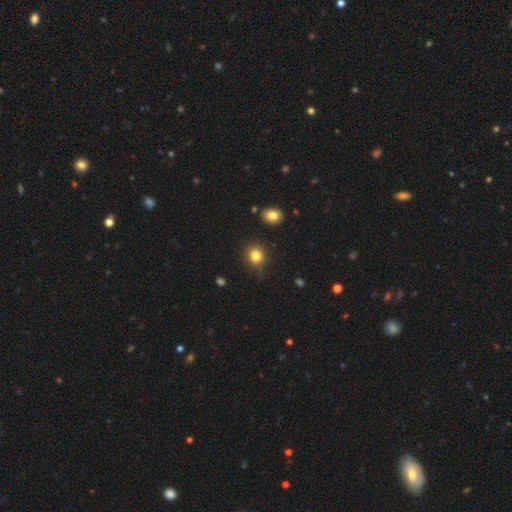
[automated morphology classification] Smooth or featured? smooth (83%)
How rounded? round (80%)
Merging? none (87%)